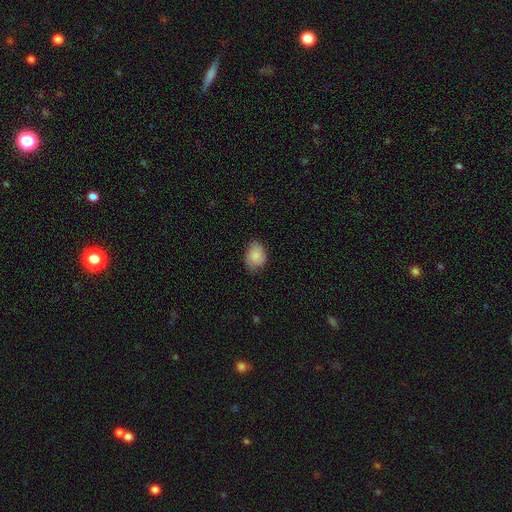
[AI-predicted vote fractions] Smooth or featured?
  - smooth: 85% *
  - featured or disk: 8%
  - star or artifact: 7%
How rounded?
  - in between: 68% *
  - round: 31%
  - cigar-shaped: 1%
Merging?
  - none: 69% *
  - minor disturbance: 25%
  - major disturbance: 5%
  - merger: 1%